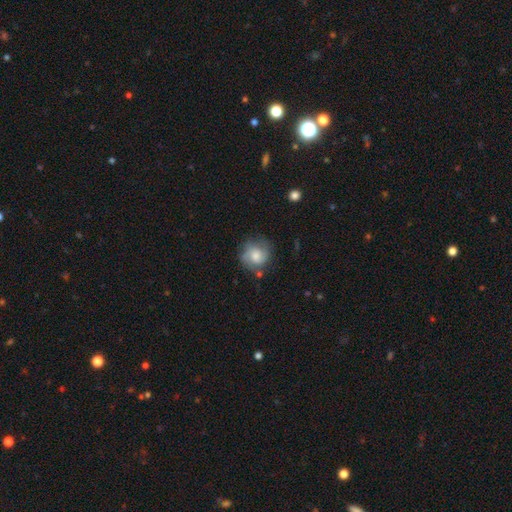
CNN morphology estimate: smooth_or_featured: featured or disk (p=0.47) [alt: smooth p=0.45]
merging: none (p=0.67) [alt: minor disturbance p=0.21]